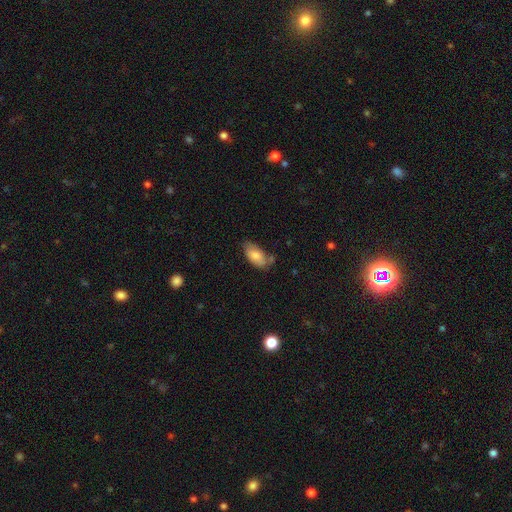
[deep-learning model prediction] Smooth or featured: smooth — 78% (featured or disk — 15%)
How rounded: in between — 92% (cigar-shaped — 5%)
Merging: none — 55% (minor disturbance — 30%)